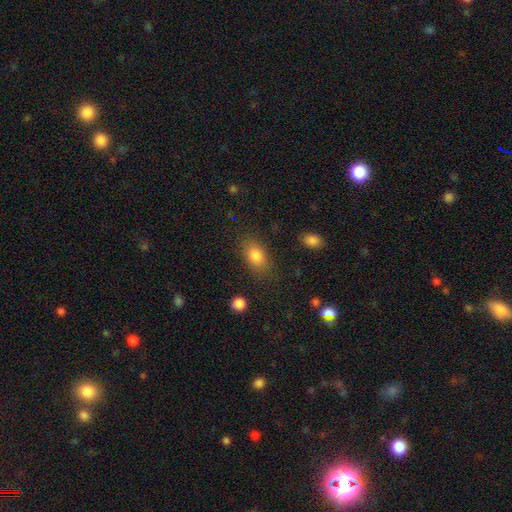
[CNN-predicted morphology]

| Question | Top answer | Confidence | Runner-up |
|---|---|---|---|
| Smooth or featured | smooth | 83% | star or artifact (10%) |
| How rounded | in between | 82% | round (16%) |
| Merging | none | 80% | minor disturbance (13%) |